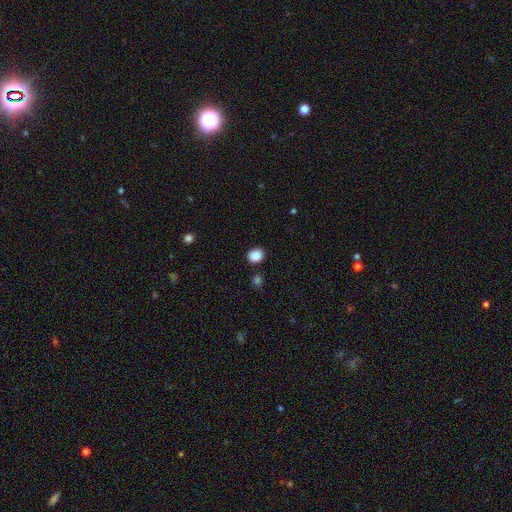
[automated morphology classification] smooth_or_featured: smooth (p=0.87) [alt: star or artifact p=0.10]
how_rounded: round (p=0.66) [alt: in between p=0.33]
merging: none (p=0.87) [alt: minor disturbance p=0.08]